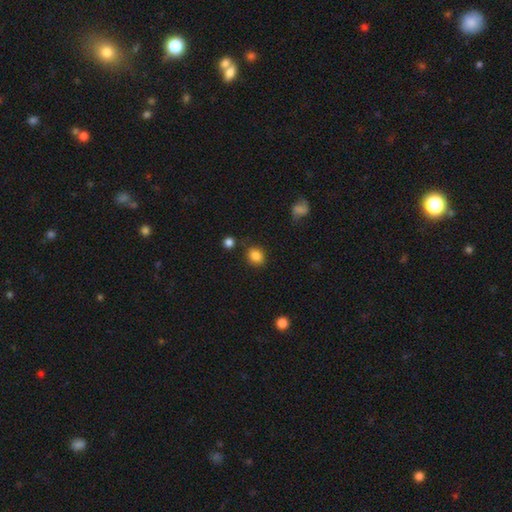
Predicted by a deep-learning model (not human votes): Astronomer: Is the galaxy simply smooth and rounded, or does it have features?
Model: smooth — 86%.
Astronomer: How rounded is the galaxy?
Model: round — 57% (runner-up: in between, 42%).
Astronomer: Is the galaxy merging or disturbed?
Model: none — 79%.